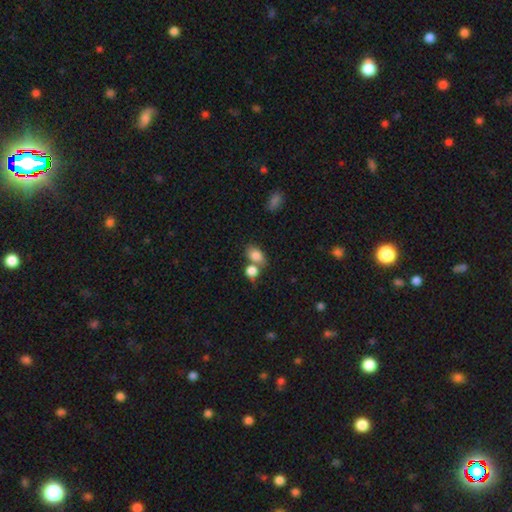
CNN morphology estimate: A smooth galaxy with no disk features (82%) that is in between round and cigar-shaped (74%).

Vote fractions:
- Smooth or featured? smooth: 82% / featured or disk: 9% / star or artifact: 9%
- How rounded? in between: 74% / round: 24% / cigar-shaped: 2%
- Merging? merger: 46% / none: 38% / minor disturbance: 11% / major disturbance: 5%